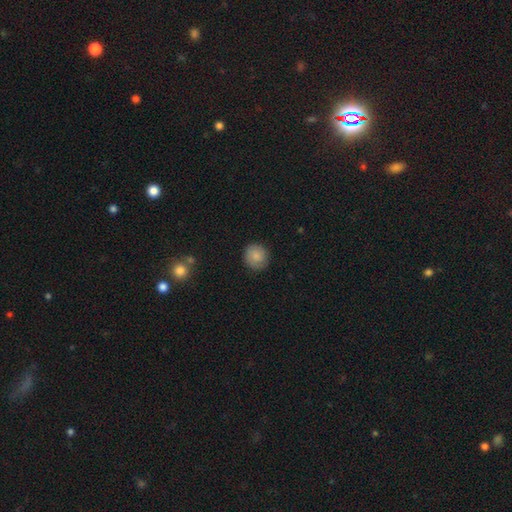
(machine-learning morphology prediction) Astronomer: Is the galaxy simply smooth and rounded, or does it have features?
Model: smooth — 85%.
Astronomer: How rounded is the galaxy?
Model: round — 90%.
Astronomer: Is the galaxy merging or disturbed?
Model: none — 87%.